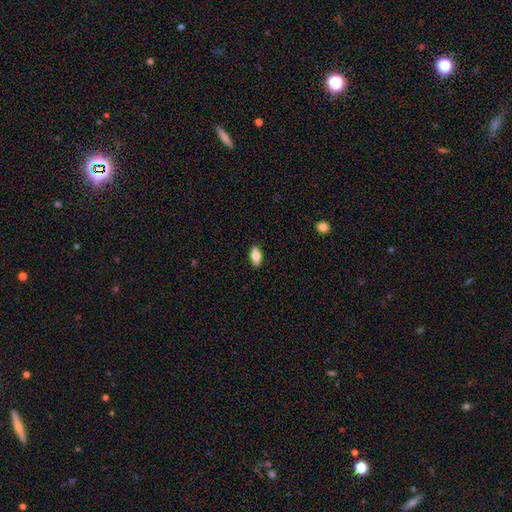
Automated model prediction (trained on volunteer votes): A smooth galaxy with no disk features (79%) that is in between round and cigar-shaped (89%). Merging: none (89%).